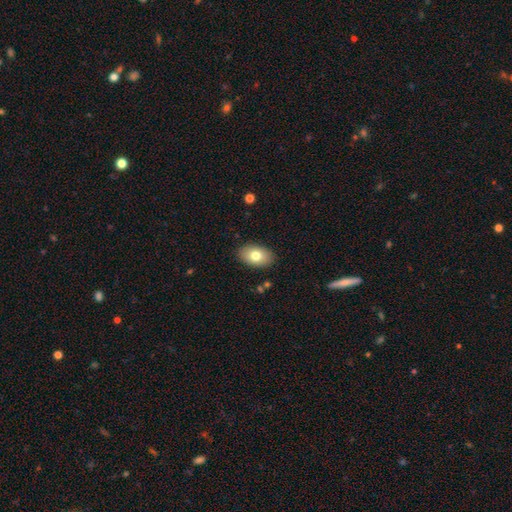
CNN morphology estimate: Smooth or featured? smooth (77%)
How rounded? in between (90%)
Merging? none (88%)